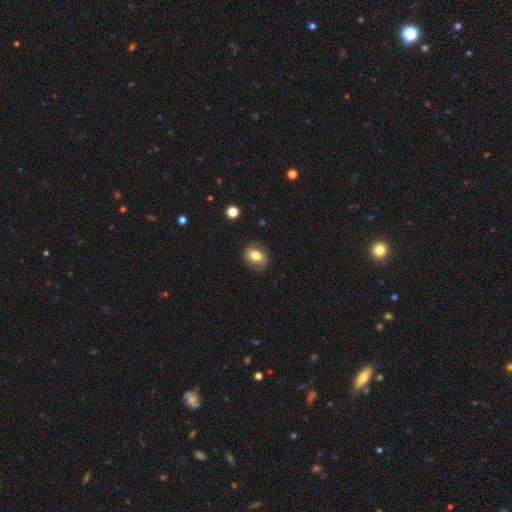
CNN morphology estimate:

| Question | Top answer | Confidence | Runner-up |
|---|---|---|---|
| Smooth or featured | smooth | 68% | featured or disk (23%) |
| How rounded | in between | 55% | round (44%) |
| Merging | none | 80% | minor disturbance (15%) |